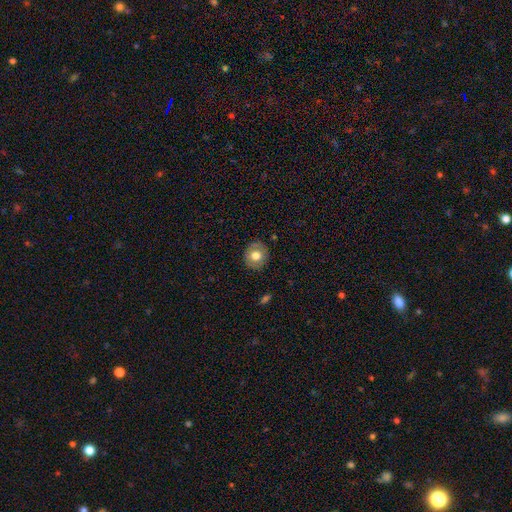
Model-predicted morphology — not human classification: This is likely a smooth galaxy (70%). How rounded: clearly round (85%). Merging: clearly none (86%).